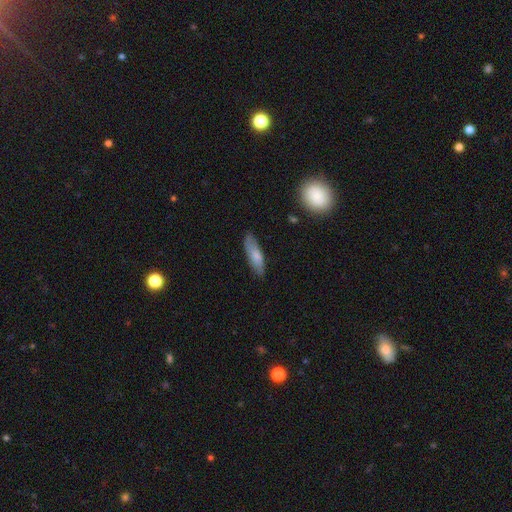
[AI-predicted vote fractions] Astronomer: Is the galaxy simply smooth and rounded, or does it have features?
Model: smooth — 72%.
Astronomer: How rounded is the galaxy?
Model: cigar-shaped — 56% (runner-up: in between, 42%).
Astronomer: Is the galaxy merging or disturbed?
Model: none — 78%.